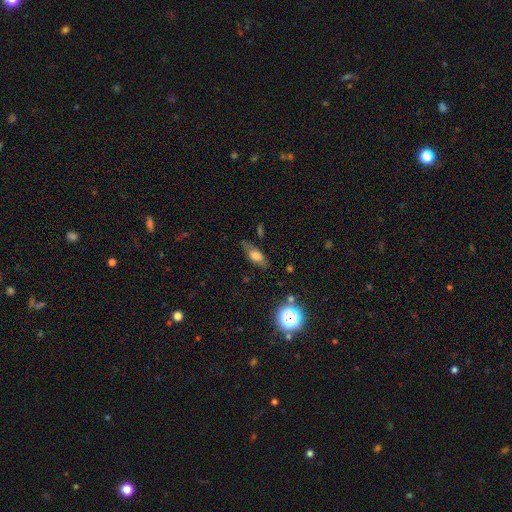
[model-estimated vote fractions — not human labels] A smooth galaxy with no disk features (54%) that is in between round and cigar-shaped (68%).

Vote fractions:
- Smooth or featured? smooth: 54% / featured or disk: 33% / star or artifact: 13%
- How rounded? in between: 68% / cigar-shaped: 24% / round: 8%
- Merging? none: 70% / minor disturbance: 20% / major disturbance: 7% / merger: 2%